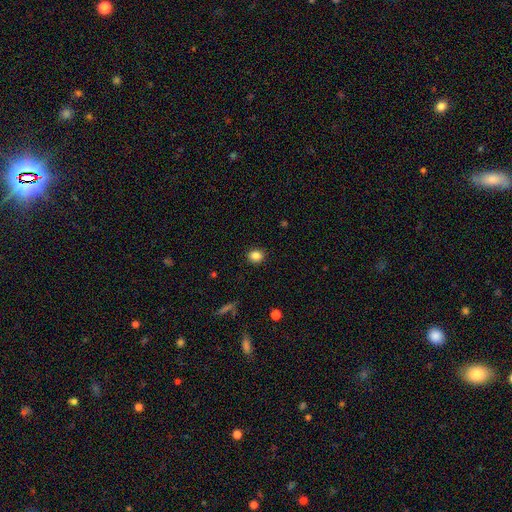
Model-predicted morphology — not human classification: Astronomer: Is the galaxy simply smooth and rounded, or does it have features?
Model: smooth — 85%.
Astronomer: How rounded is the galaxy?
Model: round — 67%.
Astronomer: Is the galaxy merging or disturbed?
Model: none — 89%.